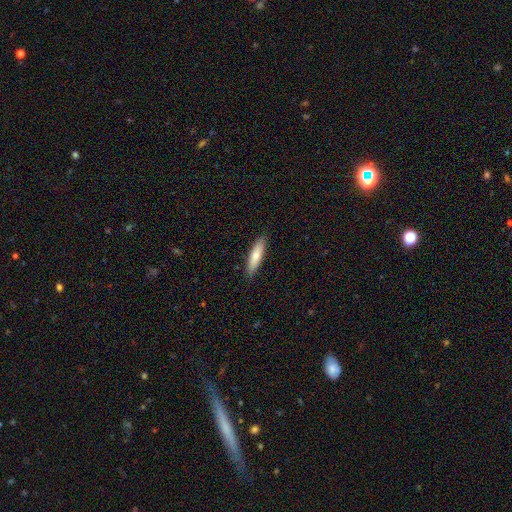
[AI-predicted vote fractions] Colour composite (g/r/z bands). It shows a smooth galaxy with no disk features (74%) that is cigar-shaped (70%). Merging: none (89%).